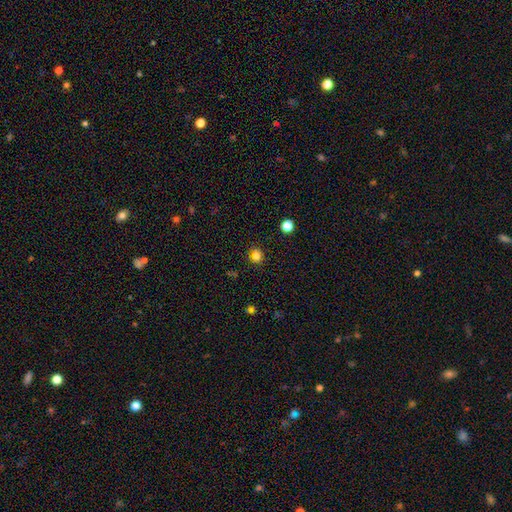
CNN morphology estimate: smooth 80%, star or artifact 15%, featured or disk 5%. Down the decision tree: how rounded — round (83%); merging — none (90%).